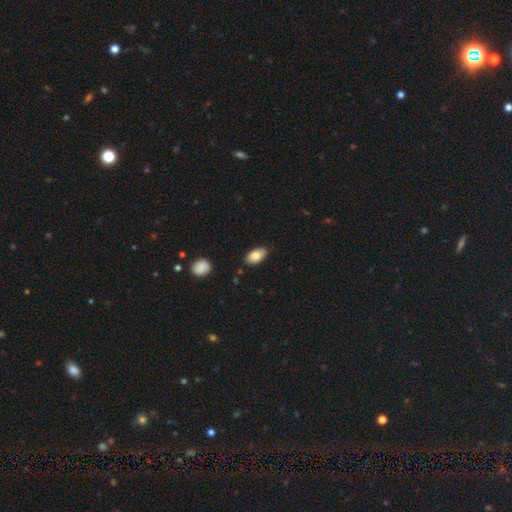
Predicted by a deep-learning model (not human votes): smooth-or-featured: smooth: 83% | featured or disk: 10% | star or artifact: 7%
  how-rounded: in between: 93% | round: 5% | cigar-shaped: 3%
  merging: none: 82% | minor disturbance: 14% | major disturbance: 2% | merger: 2%